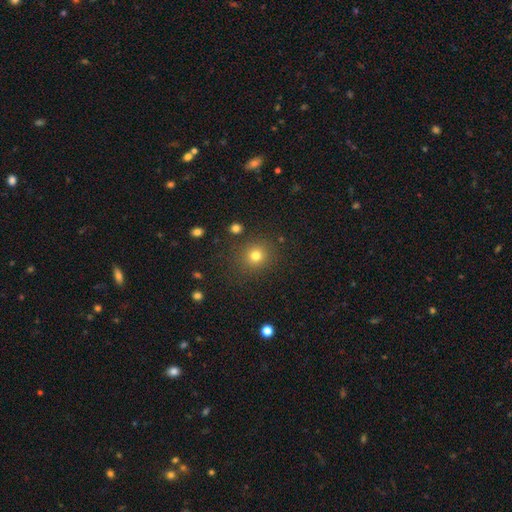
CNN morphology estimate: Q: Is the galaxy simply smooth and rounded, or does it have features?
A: smooth — 78%.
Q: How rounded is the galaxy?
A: round — 88%.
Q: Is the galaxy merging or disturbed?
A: none — 86%.